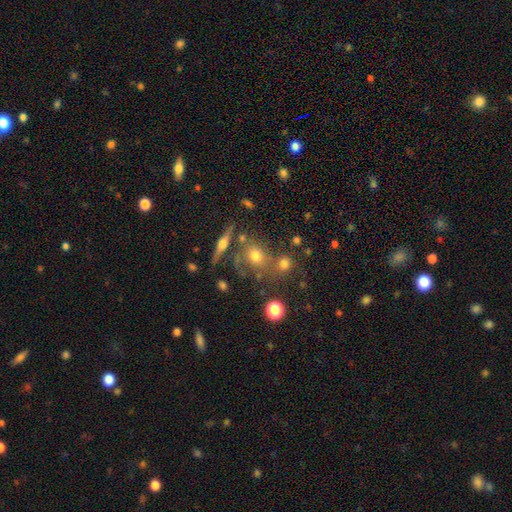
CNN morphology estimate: Smooth or featured? Predicted: smooth (p=0.57). How rounded? Predicted: round (p=0.72). Merging? Predicted: none (p=0.62).